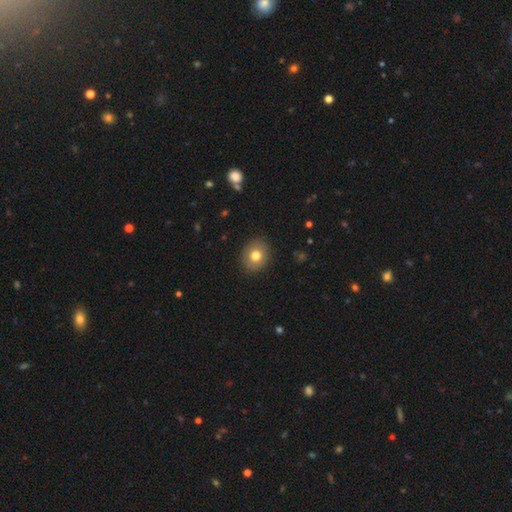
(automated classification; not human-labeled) The model was most divided on "how rounded": round: 63%, in between: 36%, cigar-shaped: 1%. More confident: merging — none (89%); smooth or featured — smooth (77%).